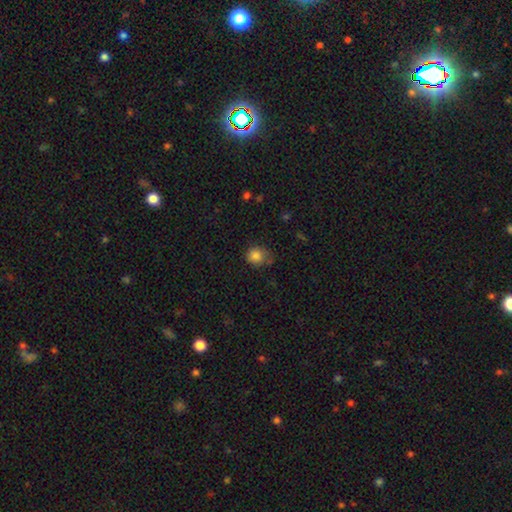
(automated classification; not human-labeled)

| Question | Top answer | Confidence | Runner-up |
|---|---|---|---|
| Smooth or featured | smooth | 84% | star or artifact (11%) |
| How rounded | round | 76% | in between (23%) |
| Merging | none | 62% | minor disturbance (28%) |